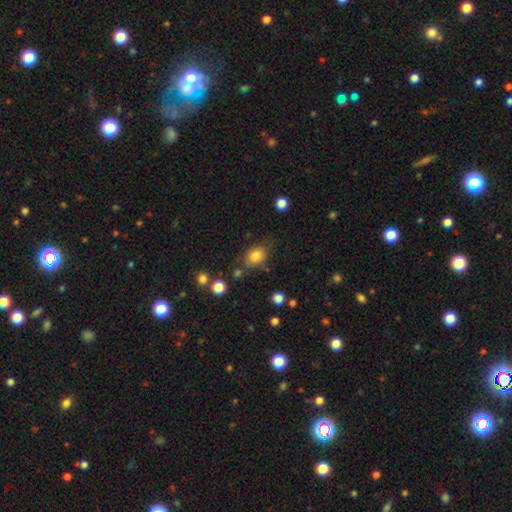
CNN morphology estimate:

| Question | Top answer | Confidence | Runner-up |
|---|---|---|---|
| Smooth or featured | smooth | 82% | star or artifact (10%) |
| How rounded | in between | 55% | round (44%) |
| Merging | none | 64% | minor disturbance (21%) |